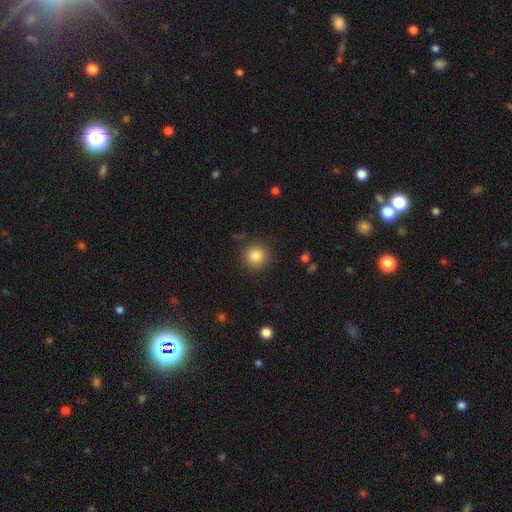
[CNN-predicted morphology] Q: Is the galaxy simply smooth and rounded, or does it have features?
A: smooth — 84%.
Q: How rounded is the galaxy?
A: round — 94%.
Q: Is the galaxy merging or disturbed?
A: none — 89%.